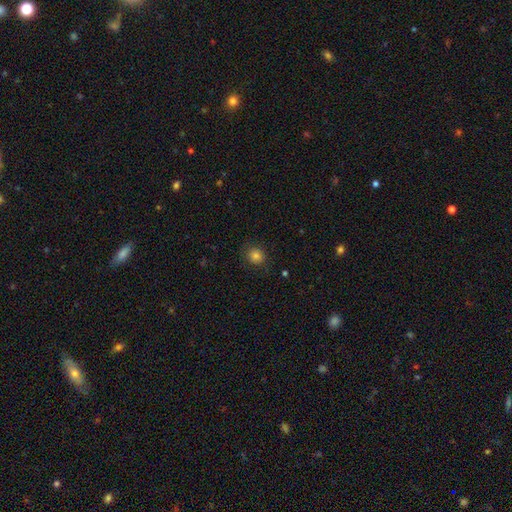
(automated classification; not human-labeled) Overall: smooth (84%). How rounded: round (86%). Merging: none (86%).